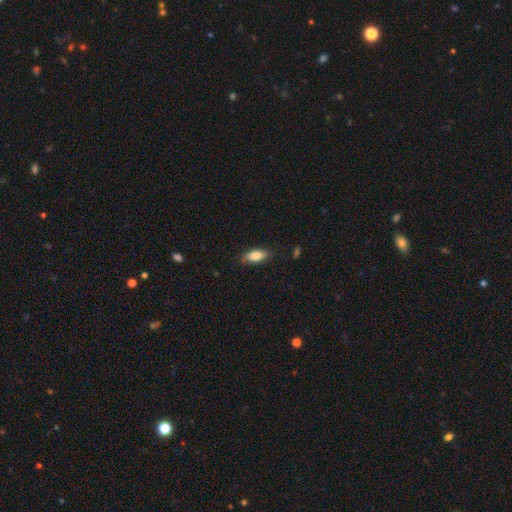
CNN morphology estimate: The model was most divided on "how rounded": in between: 80%, cigar-shaped: 18%, round: 3%. More confident: smooth or featured — smooth (82%); merging — none (80%).